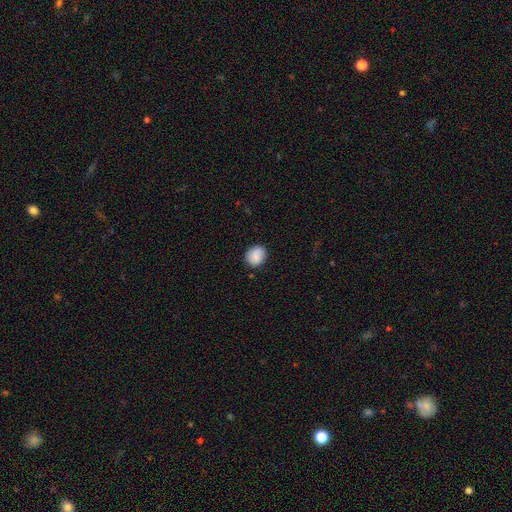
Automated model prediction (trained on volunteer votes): The model was most divided on "how rounded": round: 69%, in between: 30%, cigar-shaped: 1%. More confident: merging — none (83%); smooth or featured — smooth (83%).